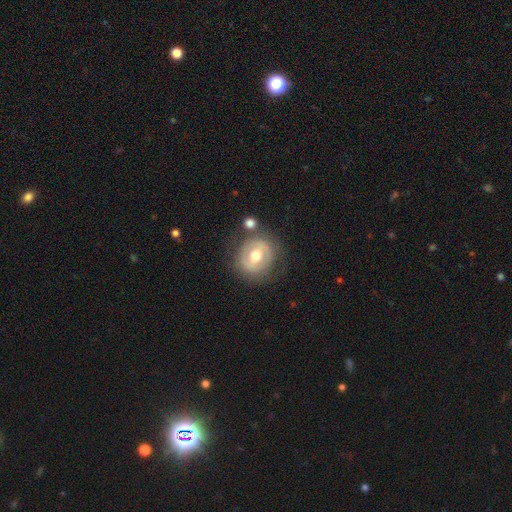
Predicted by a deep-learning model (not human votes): Overall: featured or disk (55%; smooth 38%). Edge-on disk: no (95%). Bar: weak (39%; no 32%). Spiral arms: no (68%; yes 32%). Bulge size: moderate (76%). Merging: none (74%).